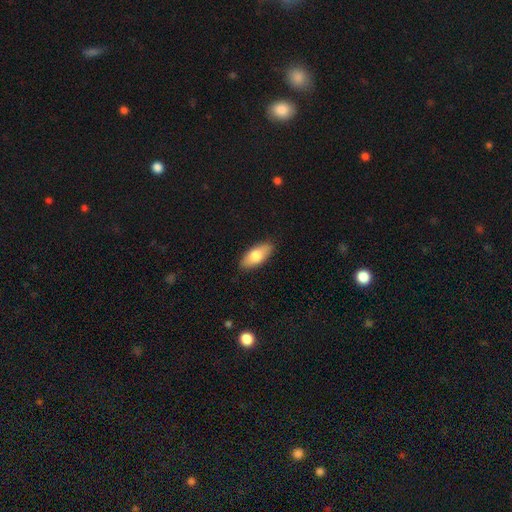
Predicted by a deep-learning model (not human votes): A smooth galaxy with no disk features (76%) that is in between round and cigar-shaped (86%).

Vote fractions:
- Smooth or featured? smooth: 76% / featured or disk: 19% / star or artifact: 6%
- How rounded? in between: 86% / cigar-shaped: 11% / round: 3%
- Merging? none: 88% / minor disturbance: 9% / major disturbance: 2% / merger: 1%